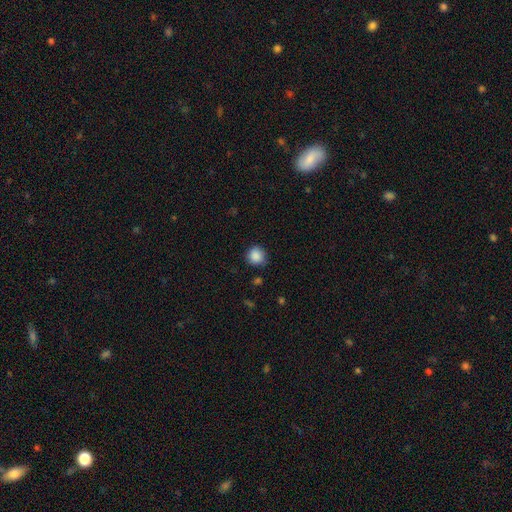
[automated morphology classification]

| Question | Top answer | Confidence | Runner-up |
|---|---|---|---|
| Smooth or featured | smooth | 88% | star or artifact (9%) |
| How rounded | round | 90% | in between (9%) |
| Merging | none | 80% | minor disturbance (15%) |